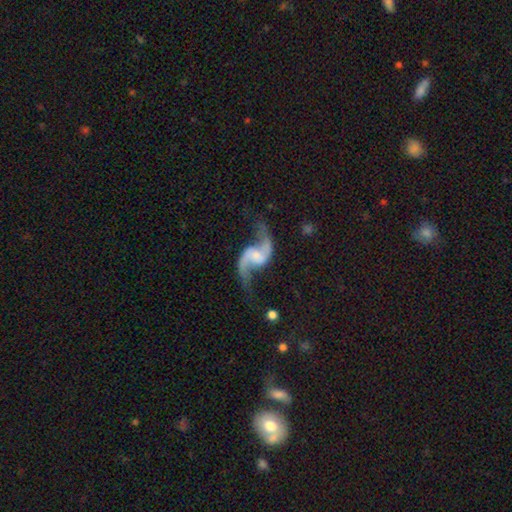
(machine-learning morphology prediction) Smooth or featured: featured or disk — 92% (star or artifact — 4%)
Edge-on disk: no — 98% (yes — 2%)
Bar: no — 46% (weak — 41%)
Spiral arms: yes — 97% (no — 3%)
Spiral winding: loose — 85% (medium — 12%)
Spiral arm count: 2 — 94% (1 — 2%)
Bulge size: small — 38% (none — 28%)
Merging: none — 72% (minor disturbance — 14%)